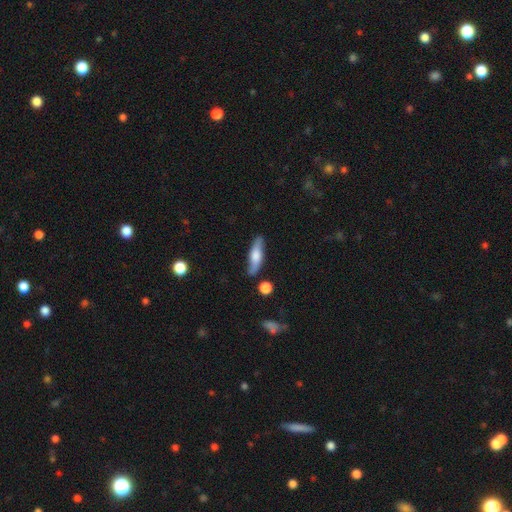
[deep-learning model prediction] smooth 54%, featured or disk 39%, star or artifact 7%. Down the decision tree: how rounded — cigar-shaped (63%); merging — none (80%).